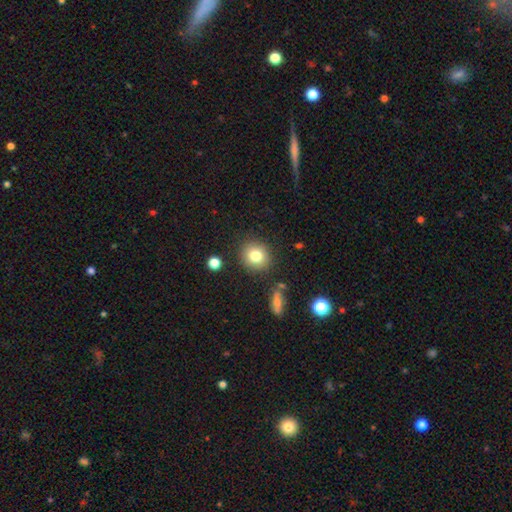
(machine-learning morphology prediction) The model was most divided on "smooth or featured": smooth: 79%, star or artifact: 11%, featured or disk: 9%. More confident: merging — none (85%); how rounded — round (85%).